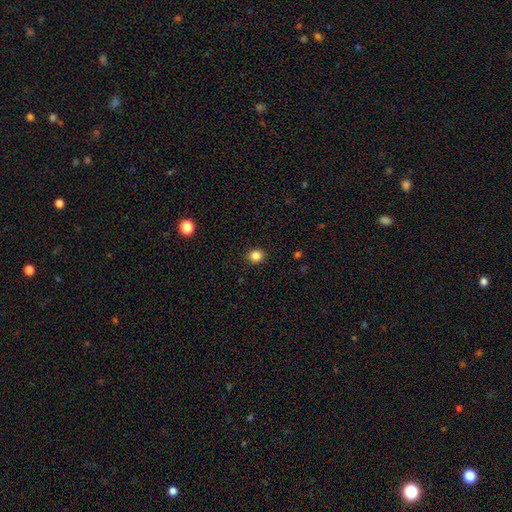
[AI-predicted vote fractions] Q: Smooth or featured?
A: smooth (85%); runner-up: star or artifact (11%)
Q: How rounded?
A: round (76%); runner-up: in between (24%)
Q: Merging?
A: none (91%); runner-up: minor disturbance (6%)